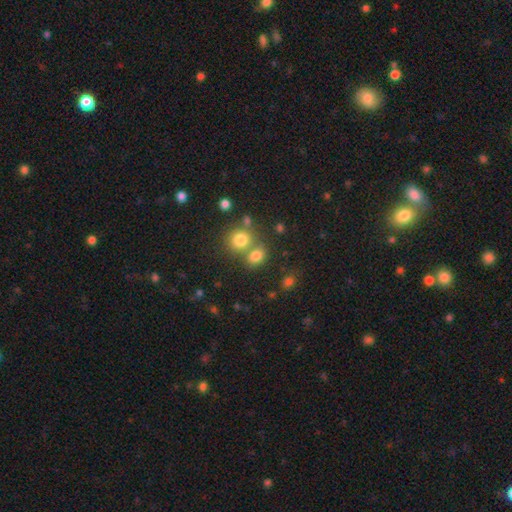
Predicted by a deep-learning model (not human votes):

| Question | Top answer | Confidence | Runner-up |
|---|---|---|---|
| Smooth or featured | smooth | 77% | star or artifact (14%) |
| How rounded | round | 53% | in between (46%) |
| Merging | none | 47% | merger (40%) |